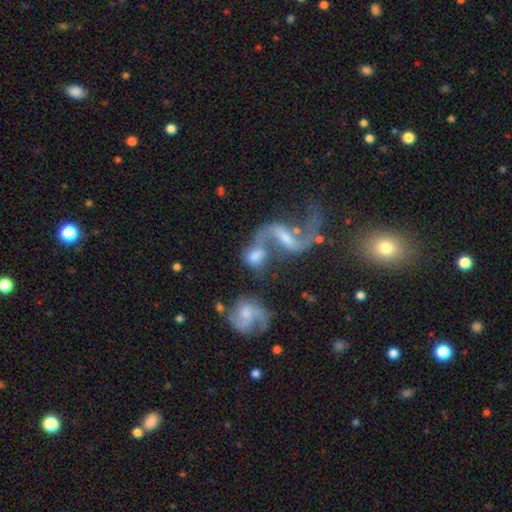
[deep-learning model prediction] This appears to be a featured or disk galaxy (57%) with a weak bar (41%), spiral arms (78%) and a moderate central bulge (35%). Merging: merger (60%).